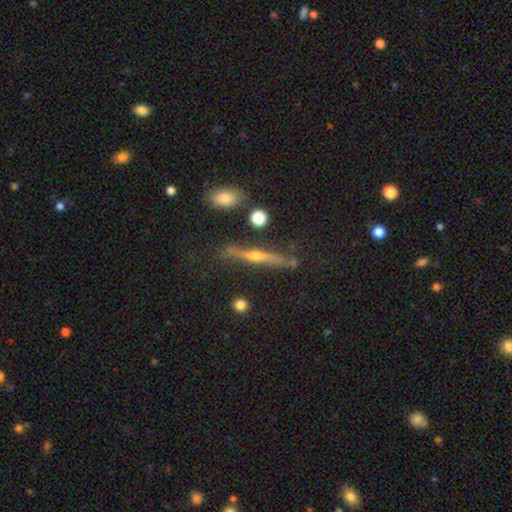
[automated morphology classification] Smooth or featured?
  - featured or disk: 70% *
  - smooth: 20%
  - star or artifact: 9%
Edge-on disk?
  - yes: 95% *
  - no: 5%
Edge-on bulge?
  - rounded: 90% *
  - none: 6%
  - boxy: 3%
Merging?
  - none: 77% *
  - minor disturbance: 15%
  - merger: 5%
  - major disturbance: 4%